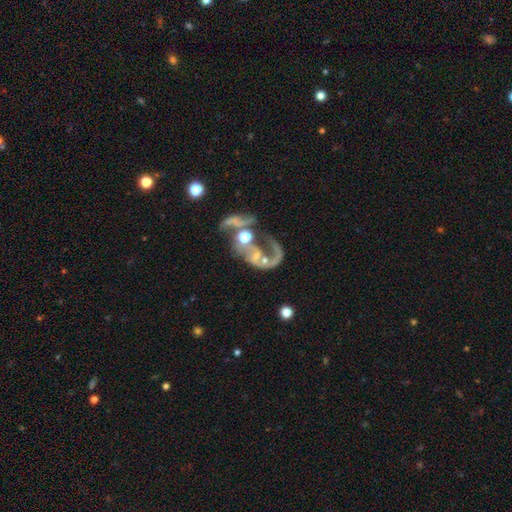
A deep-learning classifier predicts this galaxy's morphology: smooth-or-featured: featured or disk: 71% | smooth: 16% | star or artifact: 13%
  disk-edge-on: no: 97% | yes: 3%
    bar: no: 70% | weak: 21% | strong: 9%
    has-spiral-arms: yes: 65% | no: 35%
    bulge-size: moderate: 40% | small: 35% | none: 17% | large: 6% | dominant: 3%
  merging: merger: 53% | major disturbance: 26% | none: 14% | minor disturbance: 7%